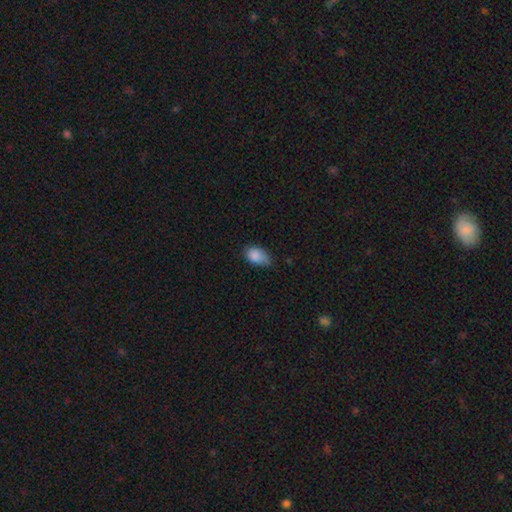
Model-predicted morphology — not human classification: Q: Smooth or featured?
A: smooth (85%); runner-up: star or artifact (8%)
Q: How rounded?
A: in between (86%); runner-up: round (12%)
Q: Merging?
A: minor disturbance (45%); runner-up: none (42%)